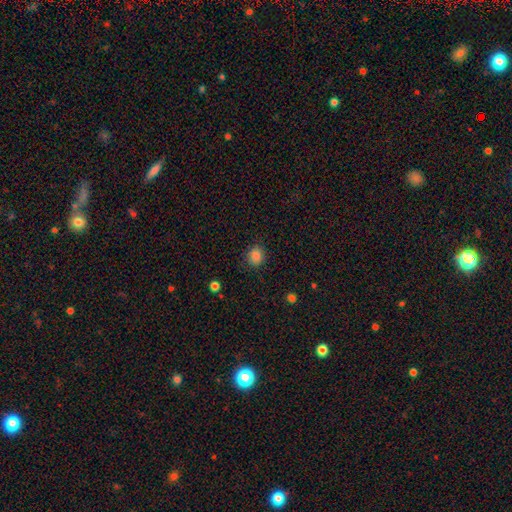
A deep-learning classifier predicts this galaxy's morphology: Smooth or featured? smooth (85%)
How rounded? round (70%)
Merging? none (83%)